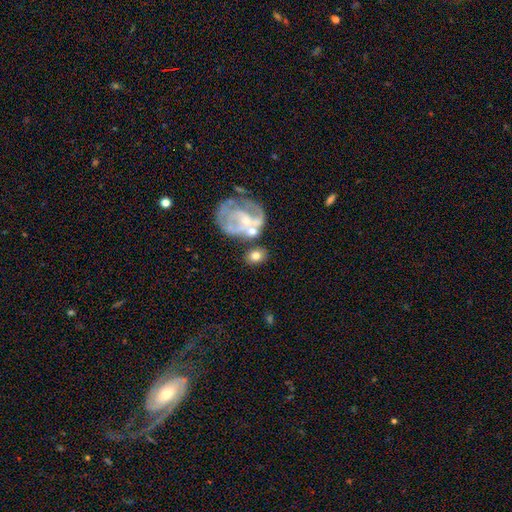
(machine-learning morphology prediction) smooth 63%, featured or disk 29%, star or artifact 8%. Down the decision tree: how rounded — in between (52%); merging — none (55%).